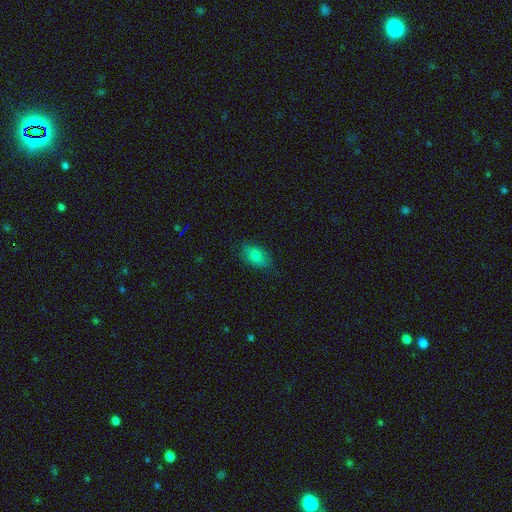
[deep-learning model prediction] smooth-or-featured: smooth: 78% | featured or disk: 12% | star or artifact: 9%
  how-rounded: in between: 87% | round: 10% | cigar-shaped: 3%
  merging: none: 81% | minor disturbance: 15% | major disturbance: 3% | merger: 1%